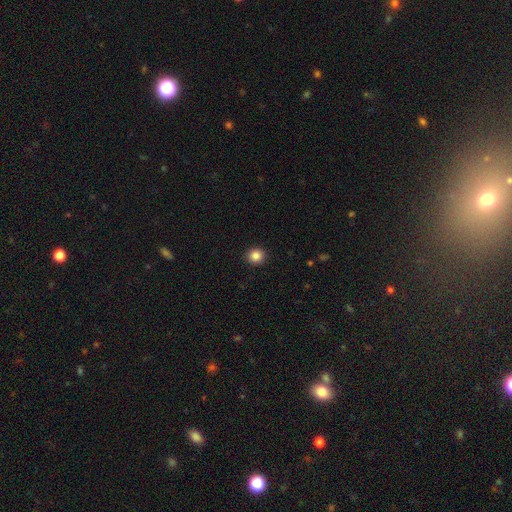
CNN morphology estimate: This appears to be a smooth galaxy with no disk features (86%) that is round (91%). Merging: none (93%).